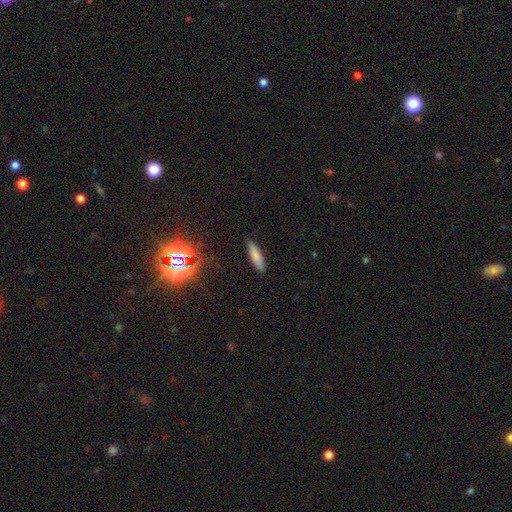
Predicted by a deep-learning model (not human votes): Morphology: type=smooth (78%); roundness=cigar-shaped (65%); merging=none (87%).